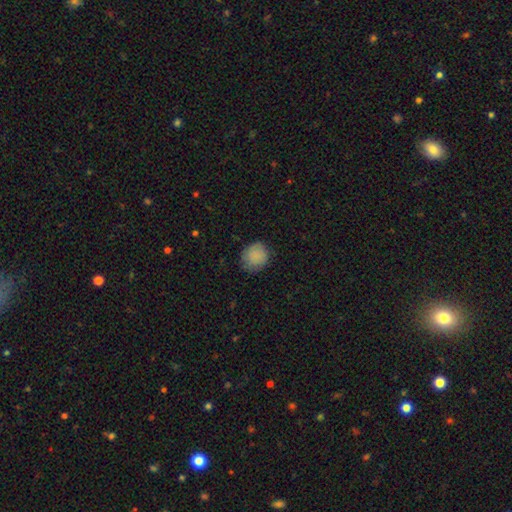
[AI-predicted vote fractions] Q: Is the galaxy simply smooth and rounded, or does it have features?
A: smooth — 86%.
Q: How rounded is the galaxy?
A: round — 83%.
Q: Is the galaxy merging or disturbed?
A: none — 76%.